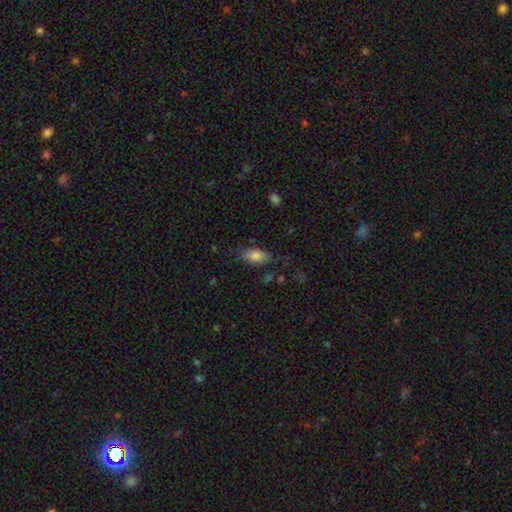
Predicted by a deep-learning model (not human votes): Smooth or featured? Predicted: smooth (p=0.81). How rounded? Predicted: in between (p=0.88). Merging? Predicted: none (p=0.72).